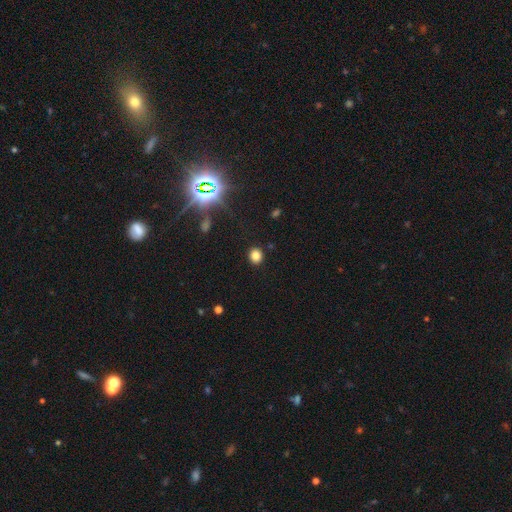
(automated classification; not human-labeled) smooth 79%, star or artifact 15%, featured or disk 5%. Down the decision tree: how rounded — round (76%); merging — none (90%).